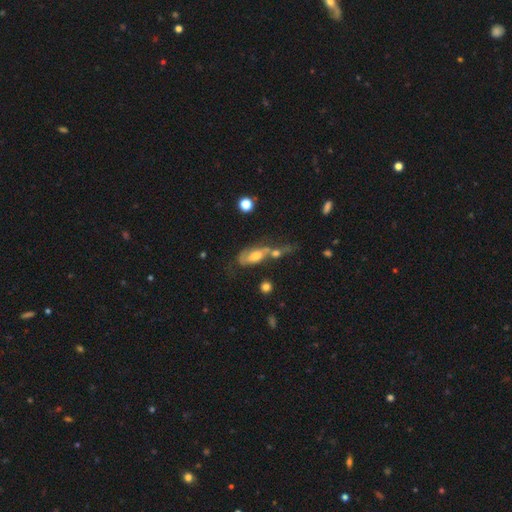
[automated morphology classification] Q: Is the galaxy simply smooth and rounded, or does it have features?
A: featured or disk — 51%.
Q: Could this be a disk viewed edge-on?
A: no — 82%.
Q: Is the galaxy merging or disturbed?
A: merger — 39%.